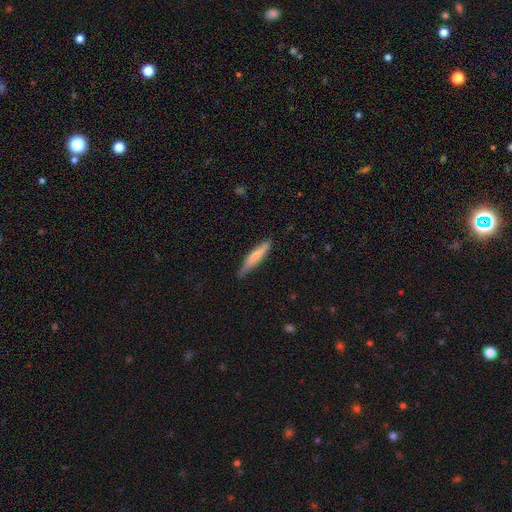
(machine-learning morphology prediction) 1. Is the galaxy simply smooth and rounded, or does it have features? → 70% smooth, 24% featured or disk, 5% star or artifact.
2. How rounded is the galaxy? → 90% cigar-shaped, 9% in between, 1% round.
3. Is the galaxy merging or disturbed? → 77% none, 19% minor disturbance, 3% major disturbance, 1% merger.